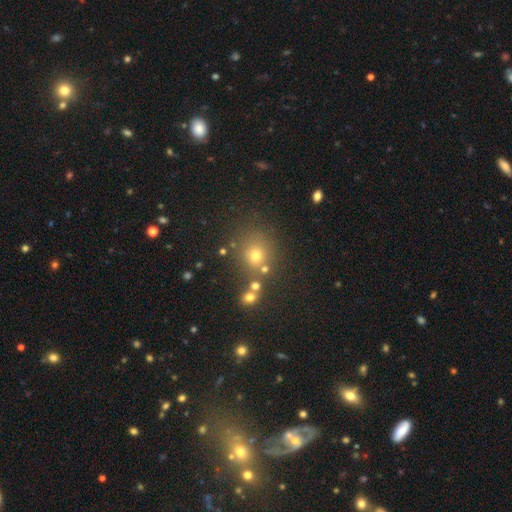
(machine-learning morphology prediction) This is likely a smooth galaxy (67%). How rounded: clearly round (83%). Merging: likely none (71%).